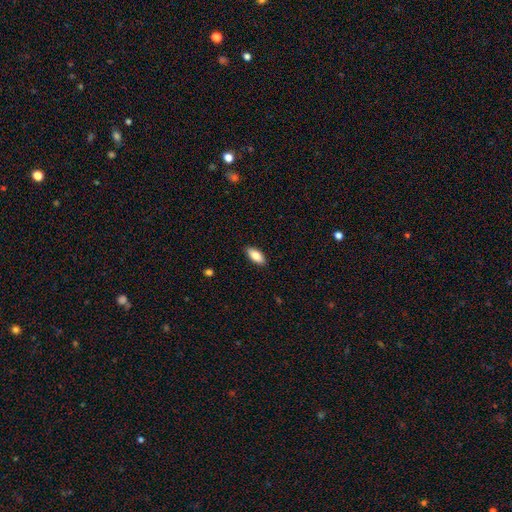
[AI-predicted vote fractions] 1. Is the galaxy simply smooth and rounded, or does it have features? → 84% smooth, 9% featured or disk, 6% star or artifact.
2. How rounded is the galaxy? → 87% in between, 11% cigar-shaped, 2% round.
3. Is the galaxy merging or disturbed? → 88% none, 9% minor disturbance, 2% major disturbance, 1% merger.